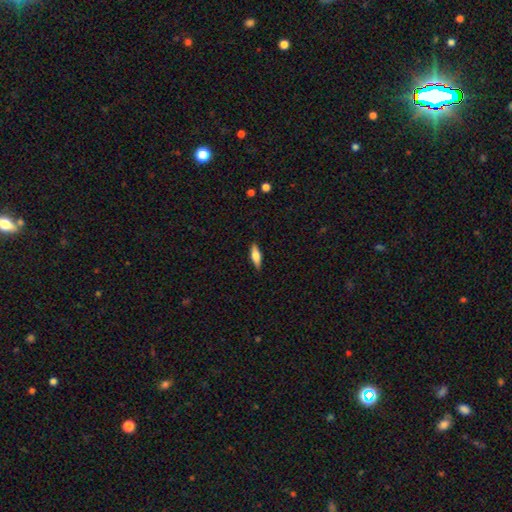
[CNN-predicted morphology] Overall: smooth (58%; featured or disk 36%). How rounded: in between (49%, tied with cigar-shaped). Merging: none (89%).